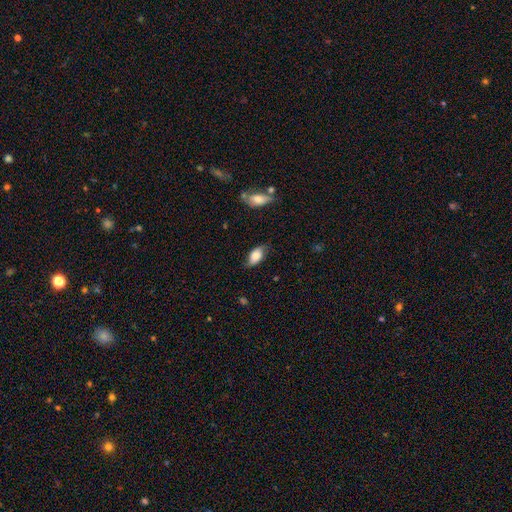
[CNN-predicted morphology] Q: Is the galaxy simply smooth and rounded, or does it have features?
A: smooth — 74%.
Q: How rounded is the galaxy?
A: in between — 91%.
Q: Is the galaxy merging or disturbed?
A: none — 67%.